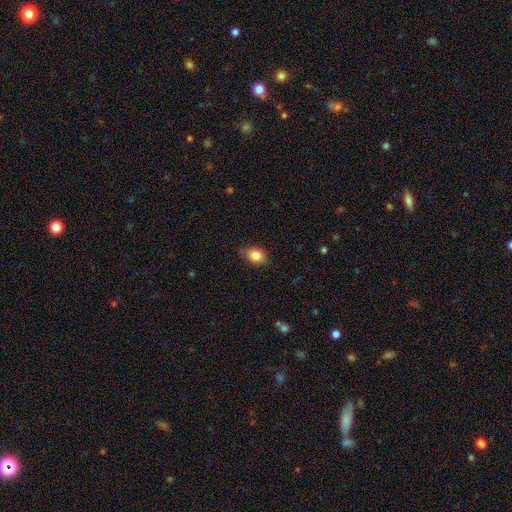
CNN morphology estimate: This appears to be a smooth galaxy with no disk features (84%) that is in between round and cigar-shaped (70%). Merging: none (76%).